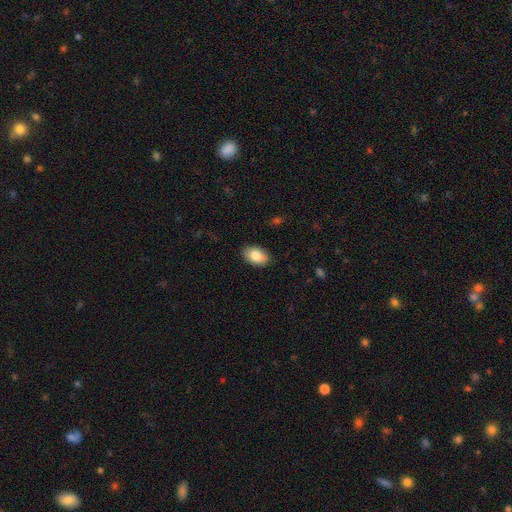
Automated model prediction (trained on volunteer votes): A smooth galaxy with no disk features (84%) that is in between round and cigar-shaped (91%).

Vote fractions:
- Smooth or featured? smooth: 84% / featured or disk: 9% / star or artifact: 7%
- How rounded? in between: 91% / round: 8% / cigar-shaped: 1%
- Merging? none: 89% / minor disturbance: 8% / major disturbance: 2% / merger: 1%